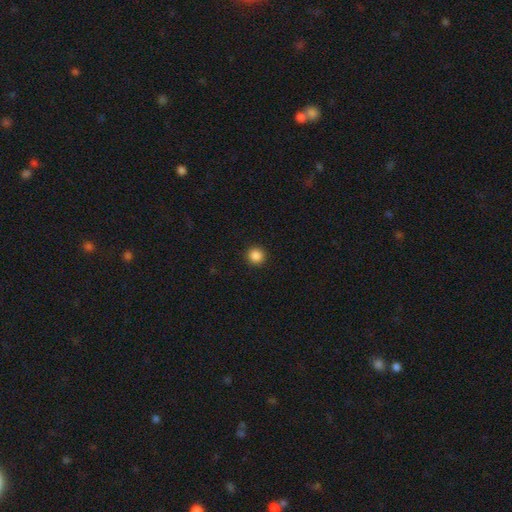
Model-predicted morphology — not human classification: Overall: smooth (87%). How rounded: round (95%). Merging: none (93%).